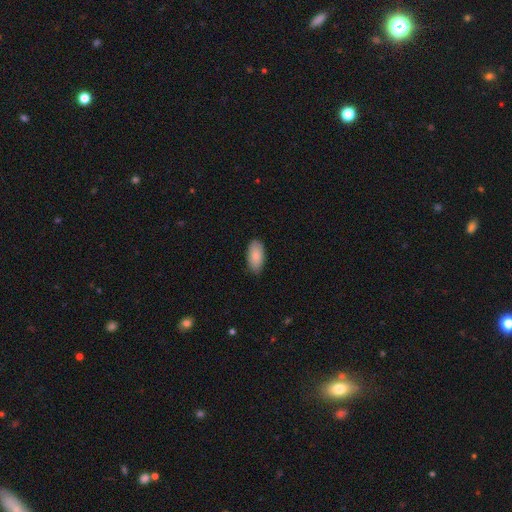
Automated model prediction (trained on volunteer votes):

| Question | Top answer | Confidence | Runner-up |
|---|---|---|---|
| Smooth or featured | smooth | 85% | featured or disk (9%) |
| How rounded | in between | 94% | cigar-shaped (4%) |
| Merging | none | 83% | minor disturbance (14%) |